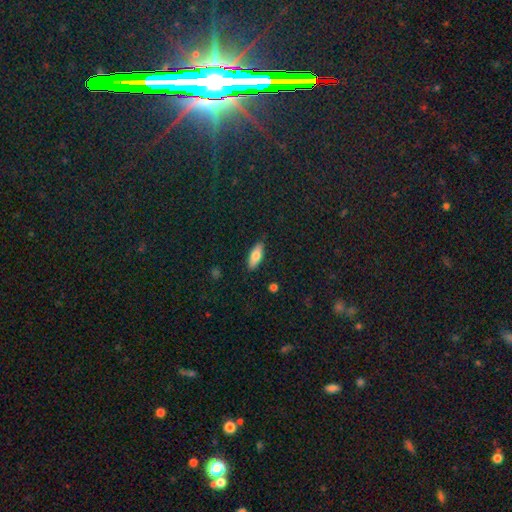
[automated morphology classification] type=smooth (75%); roundness=in between (72%); merging=none (88%).